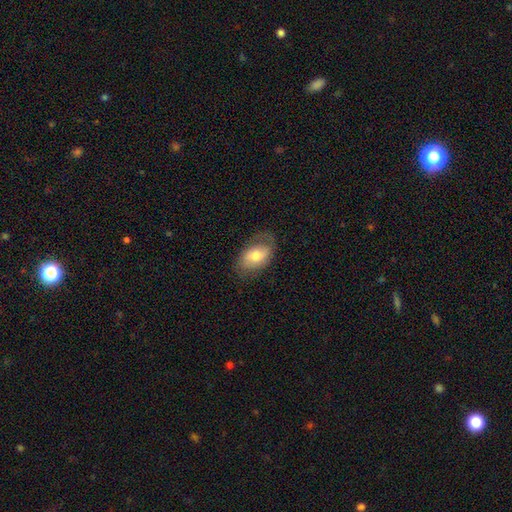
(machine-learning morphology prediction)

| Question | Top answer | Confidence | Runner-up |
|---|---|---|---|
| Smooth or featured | smooth | 57% | featured or disk (36%) |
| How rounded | in between | 89% | round (10%) |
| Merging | none | 69% | minor disturbance (21%) |